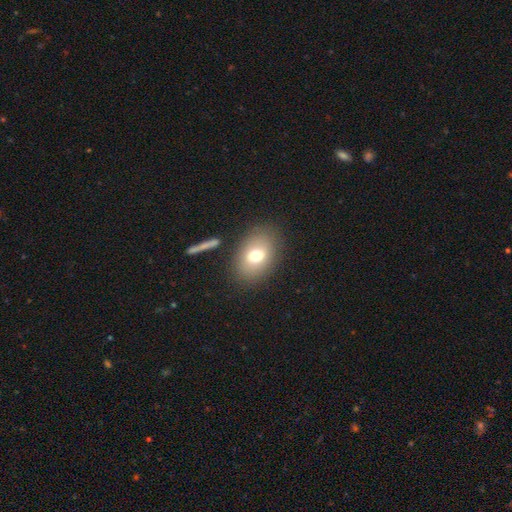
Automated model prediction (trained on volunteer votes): Smooth or featured?
  - smooth: 70% *
  - featured or disk: 19%
  - star or artifact: 11%
How rounded?
  - in between: 74% *
  - round: 25%
  - cigar-shaped: 1%
Merging?
  - none: 81% *
  - minor disturbance: 10%
  - major disturbance: 5%
  - merger: 4%